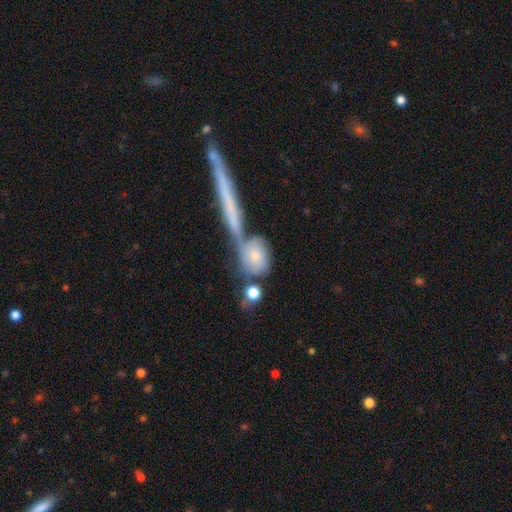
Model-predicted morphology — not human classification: Smooth or featured? smooth (64%)
How rounded? round (50%)
Merging? none (39%)